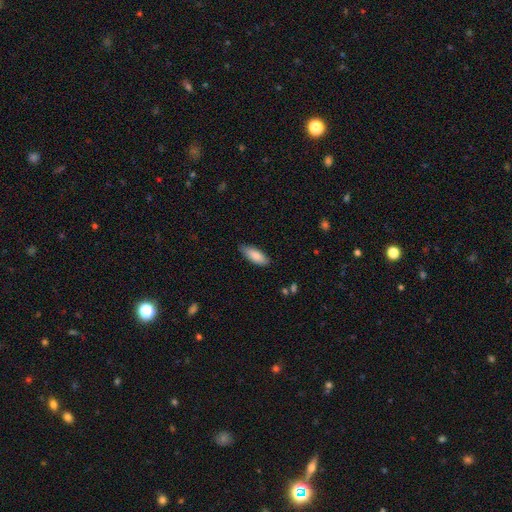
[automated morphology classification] This appears to be a smooth galaxy with no disk features (86%) that is in between round and cigar-shaped (73%). Merging: none (81%).